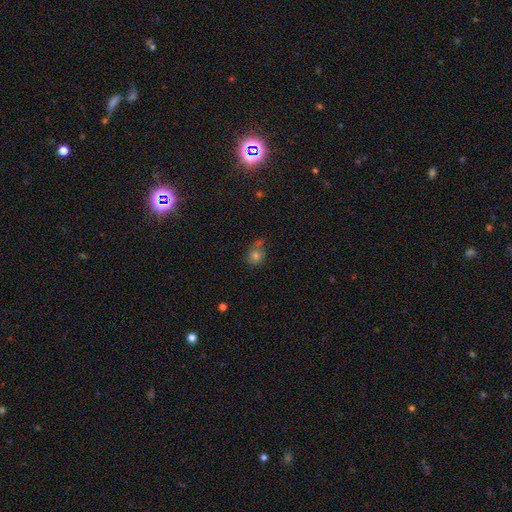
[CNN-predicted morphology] Overall: smooth (74%). How rounded: round (71%). Merging: none (49%; merger 22%).